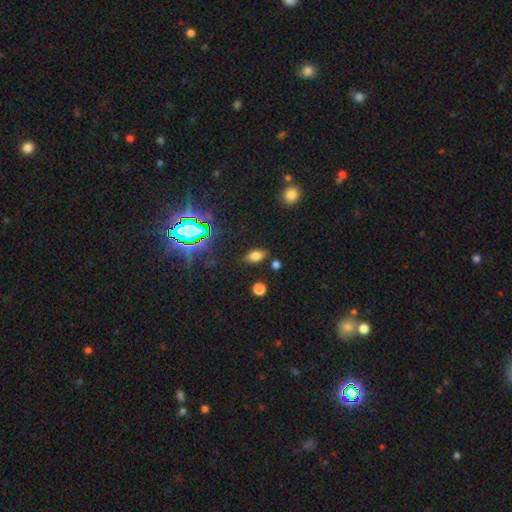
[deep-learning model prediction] Smooth or featured? Predicted: smooth (p=0.69). How rounded? Predicted: in between (p=0.87). Merging? Predicted: none (p=0.83).